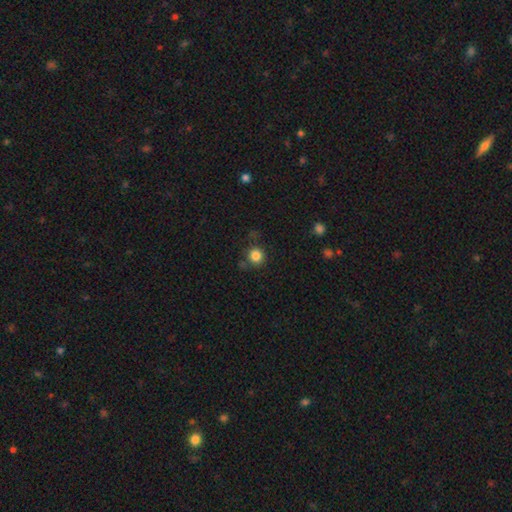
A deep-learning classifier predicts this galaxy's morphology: The model was most divided on "merging": none: 82%, minor disturbance: 11%, merger: 4%, major disturbance: 4%. More confident: how rounded — round (93%); smooth or featured — smooth (84%).